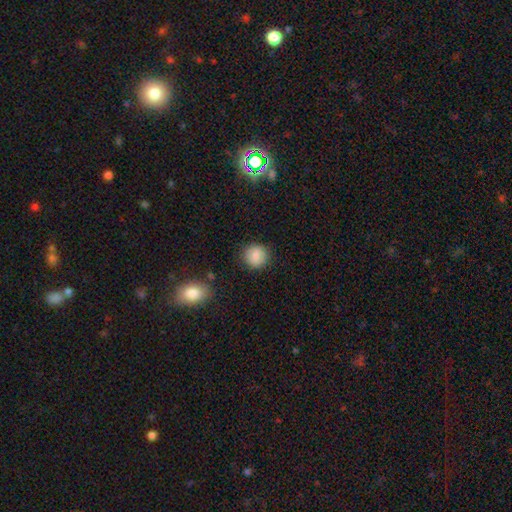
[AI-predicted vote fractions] smooth_or_featured: smooth (p=0.85) [alt: star or artifact p=0.09]
how_rounded: round (p=0.90) [alt: in between p=0.09]
merging: none (p=0.87) [alt: minor disturbance p=0.08]